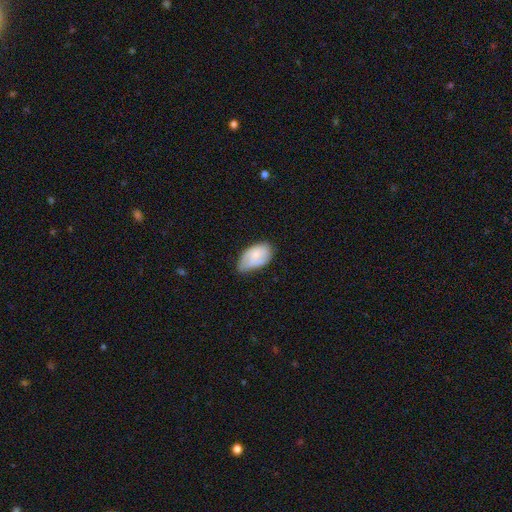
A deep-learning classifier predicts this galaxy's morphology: smooth-or-featured: smooth: 66% | featured or disk: 28% | star or artifact: 7%
  how-rounded: in between: 93% | round: 5% | cigar-shaped: 2%
  merging: none: 45% | minor disturbance: 43% | major disturbance: 11% | merger: 2%